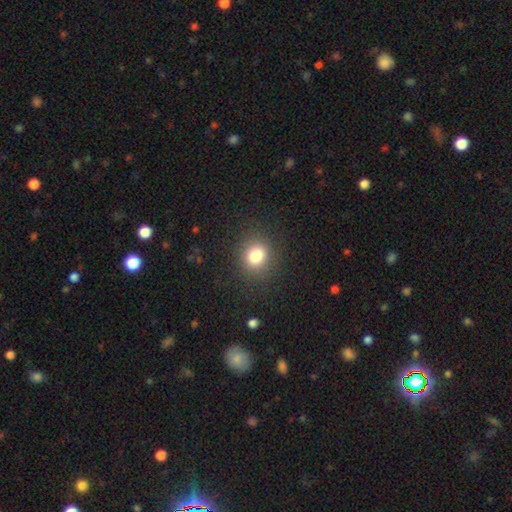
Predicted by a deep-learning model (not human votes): A smooth galaxy with no disk features (81%) that is round (77%).

Vote fractions:
- Smooth or featured? smooth: 81% / star or artifact: 12% / featured or disk: 7%
- How rounded? round: 77% / in between: 22% / cigar-shaped: 1%
- Merging? none: 86% / minor disturbance: 9% / major disturbance: 4% / merger: 1%